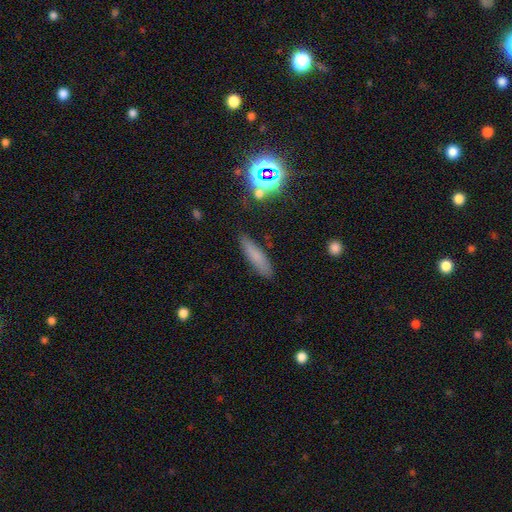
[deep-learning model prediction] The model was most divided on "how rounded": cigar-shaped: 75%, in between: 22%, round: 3%. More confident: merging — none (84%); smooth or featured — smooth (71%).